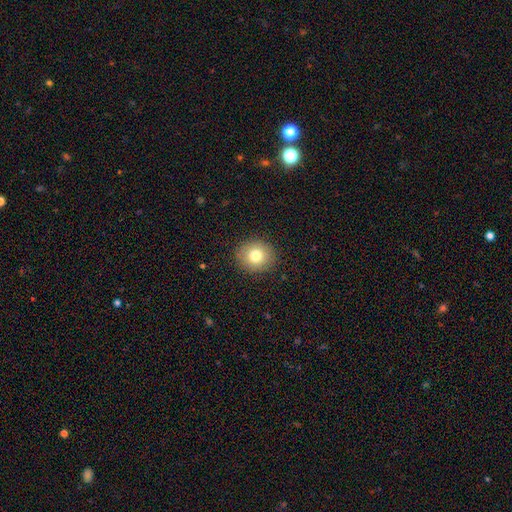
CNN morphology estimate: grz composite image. It shows a smooth galaxy with no disk features (79%) that is round (83%). Merging: none (90%).